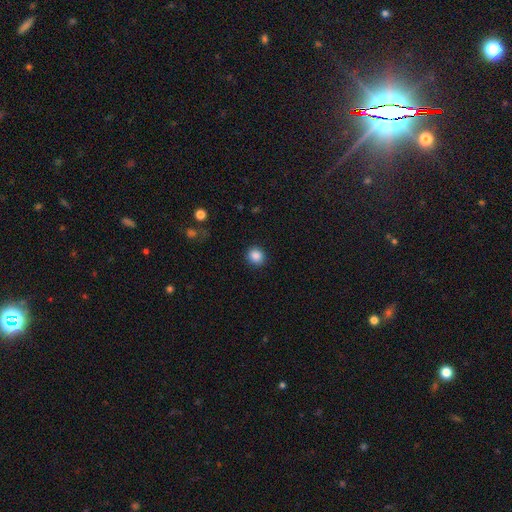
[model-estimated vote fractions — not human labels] This is clearly a smooth galaxy (87%). How rounded: clearly round (85%). Merging: clearly none (90%).